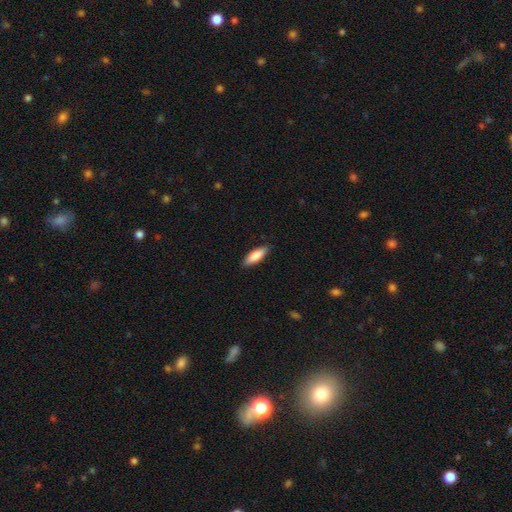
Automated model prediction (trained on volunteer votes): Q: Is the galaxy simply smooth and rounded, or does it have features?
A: smooth — 83%.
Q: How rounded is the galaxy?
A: in between — 52%.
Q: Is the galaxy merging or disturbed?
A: none — 87%.